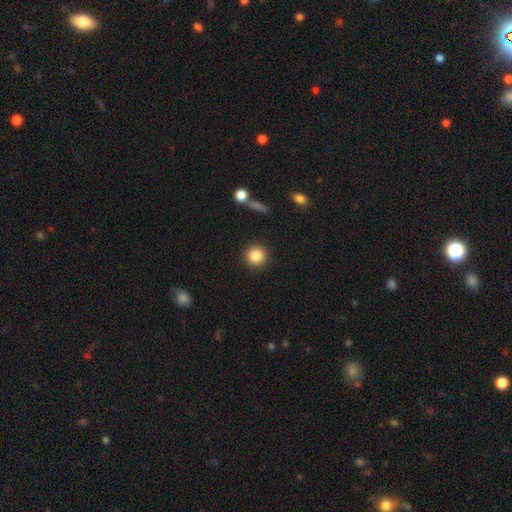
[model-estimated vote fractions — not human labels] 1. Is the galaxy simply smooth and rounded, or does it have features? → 86% smooth, 9% star or artifact, 5% featured or disk.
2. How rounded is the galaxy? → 93% round, 6% in between, 1% cigar-shaped.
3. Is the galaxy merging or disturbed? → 91% none, 5% minor disturbance, 2% major disturbance, 2% merger.